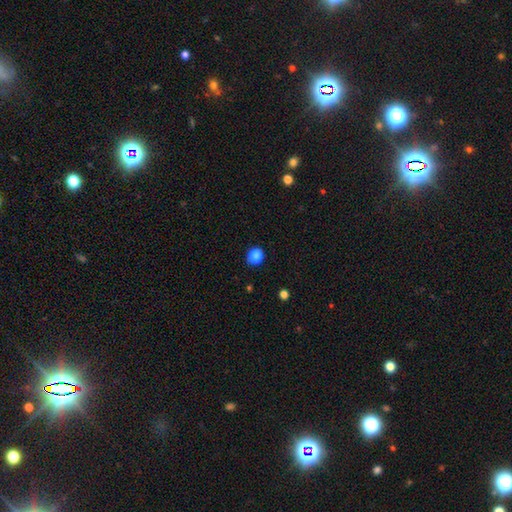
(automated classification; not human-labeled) Smooth or featured? smooth (86%)
How rounded? round (74%)
Merging? none (84%)